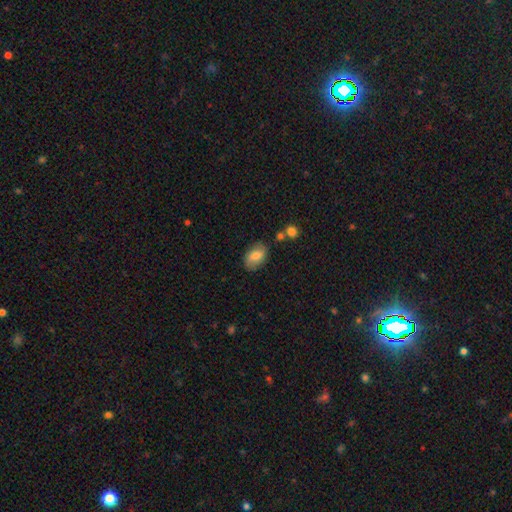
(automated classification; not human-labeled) smooth-or-featured: smooth: 71% | featured or disk: 21% | star or artifact: 8%
  how-rounded: in between: 86% | round: 12% | cigar-shaped: 2%
  merging: none: 75% | minor disturbance: 17% | major disturbance: 4% | merger: 4%